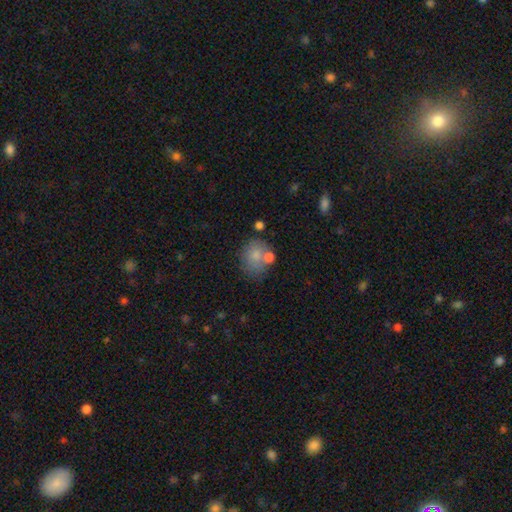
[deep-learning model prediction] This appears to be a smooth galaxy with no disk features (76%) that is round (59%). Merging: none (53%).